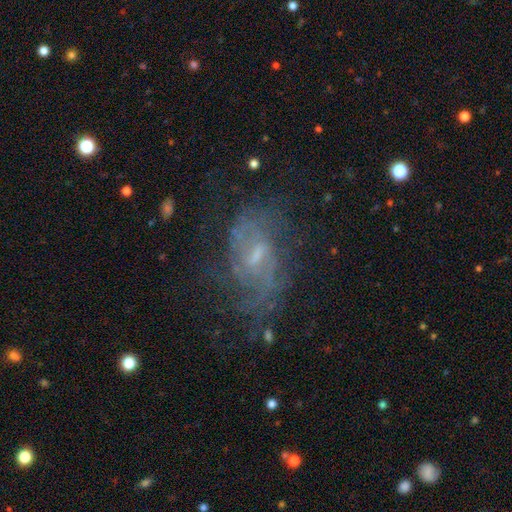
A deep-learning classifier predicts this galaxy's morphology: The model was most divided on "spiral arm count": can't tell: 42%, 2: 36%, 3: 9%, 1: 6%, 4: 4%, more than 4: 3%. Remaining: edge-on disk — no (94%); spiral arms — yes (82%); smooth or featured — featured or disk (73%); merging — none (60%); bar — weak (54%); bulge size — small (53%); spiral winding — medium (42%).